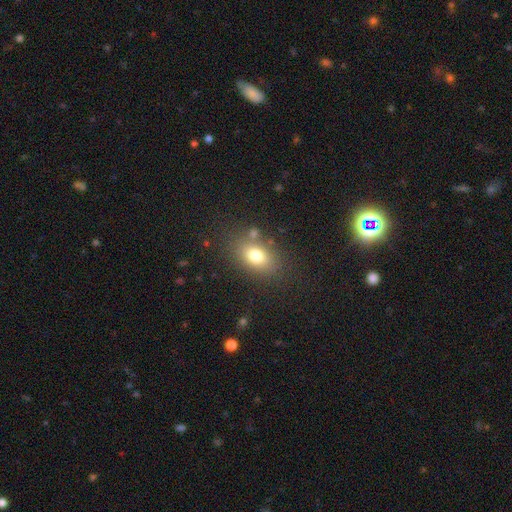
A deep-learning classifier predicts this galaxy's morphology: Smooth or featured: smooth — 76% (featured or disk — 12%)
How rounded: in between — 78% (round — 20%)
Merging: none — 76% (minor disturbance — 12%)